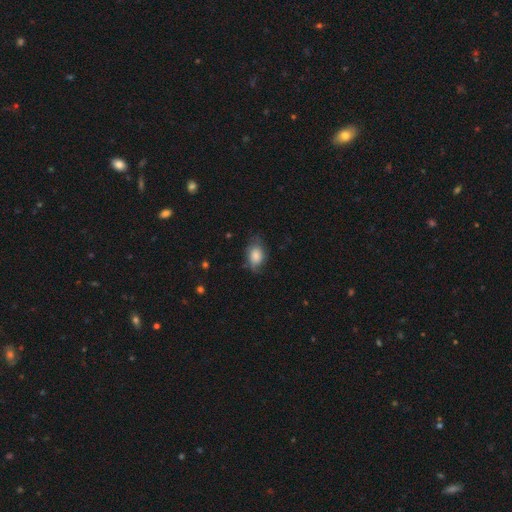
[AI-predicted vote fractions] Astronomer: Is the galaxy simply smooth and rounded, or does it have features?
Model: smooth — 76%.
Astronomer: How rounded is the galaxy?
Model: in between — 83%.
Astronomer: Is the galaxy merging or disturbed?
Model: none — 59%.